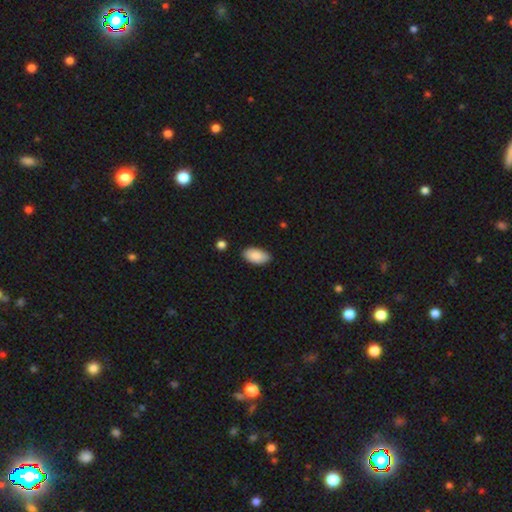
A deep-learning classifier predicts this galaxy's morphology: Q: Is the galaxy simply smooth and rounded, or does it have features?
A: smooth — 87%.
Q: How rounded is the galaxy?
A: in between — 95%.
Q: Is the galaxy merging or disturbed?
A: none — 83%.